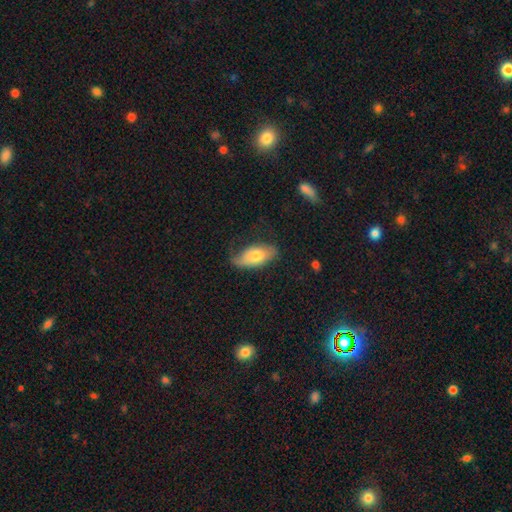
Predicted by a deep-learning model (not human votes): Smooth or featured: smooth — 65% (featured or disk — 29%)
How rounded: in between — 91% (cigar-shaped — 6%)
Merging: none — 51% (minor disturbance — 32%)